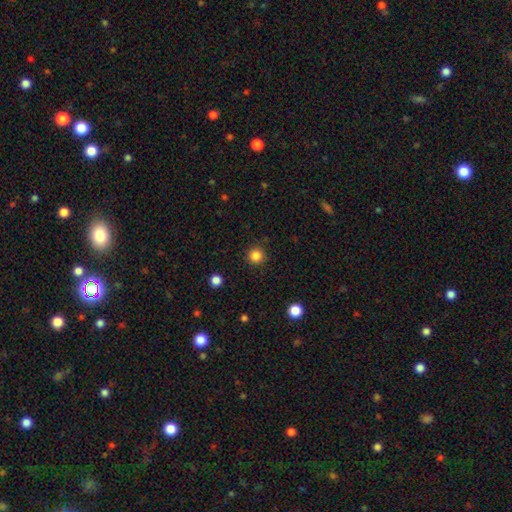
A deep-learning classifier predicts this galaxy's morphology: smooth 84%, star or artifact 12%, featured or disk 3%. Down the decision tree: how rounded — round (95%); merging — none (90%).